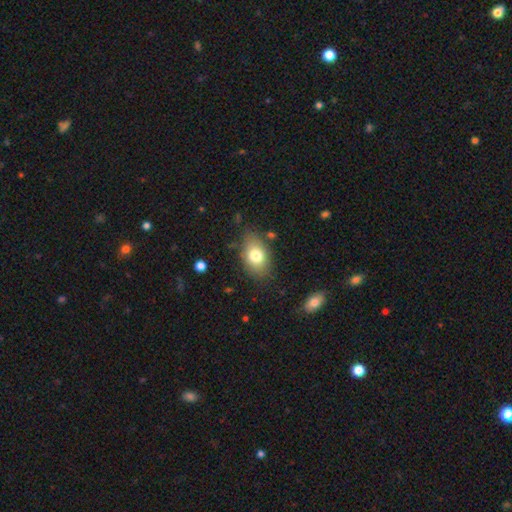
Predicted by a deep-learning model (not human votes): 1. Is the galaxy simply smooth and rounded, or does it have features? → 76% smooth, 15% featured or disk, 9% star or artifact.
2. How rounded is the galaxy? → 82% in between, 17% round, 2% cigar-shaped.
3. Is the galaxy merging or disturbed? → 75% none, 18% minor disturbance, 5% major disturbance, 3% merger.